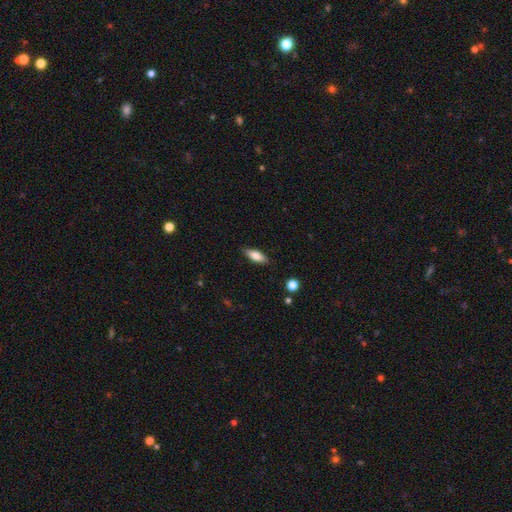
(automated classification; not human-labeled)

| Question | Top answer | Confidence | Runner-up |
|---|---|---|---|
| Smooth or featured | smooth | 72% | featured or disk (21%) |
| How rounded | in between | 68% | cigar-shaped (29%) |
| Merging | none | 86% | minor disturbance (11%) |